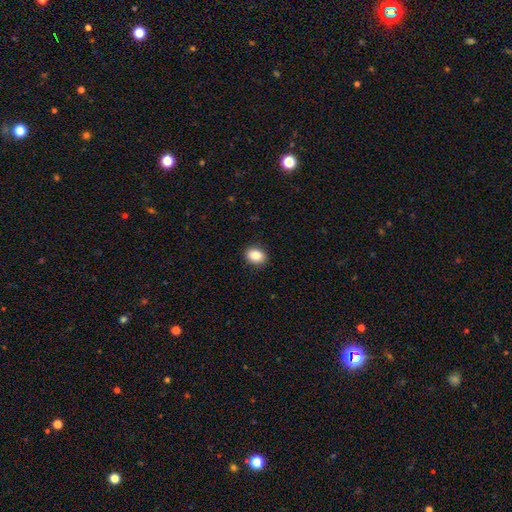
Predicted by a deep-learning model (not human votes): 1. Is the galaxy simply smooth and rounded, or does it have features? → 86% smooth, 8% star or artifact, 5% featured or disk.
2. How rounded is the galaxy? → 64% in between, 36% round, 1% cigar-shaped.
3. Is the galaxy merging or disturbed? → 89% none, 8% minor disturbance, 2% major disturbance, 1% merger.